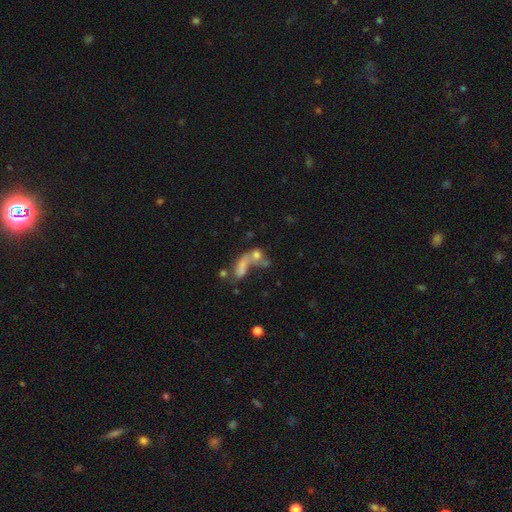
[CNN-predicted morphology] Q: Smooth or featured?
A: smooth (58%); runner-up: featured or disk (26%)
Q: How rounded?
A: in between (57%); runner-up: round (33%)
Q: Merging?
A: merger (57%); runner-up: none (18%)